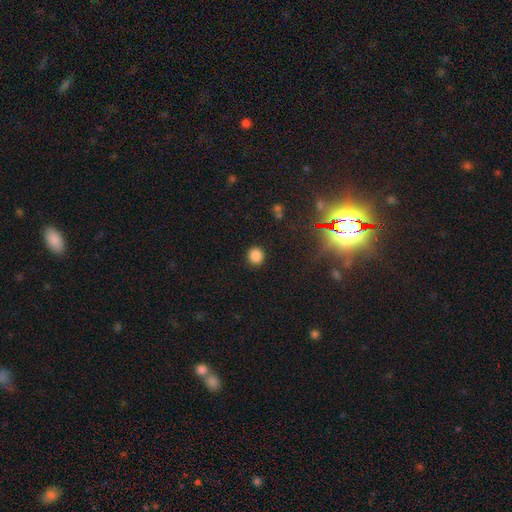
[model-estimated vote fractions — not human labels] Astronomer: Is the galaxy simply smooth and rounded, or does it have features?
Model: smooth — 83%.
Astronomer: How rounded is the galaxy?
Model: round — 91%.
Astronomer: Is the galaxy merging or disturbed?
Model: none — 91%.